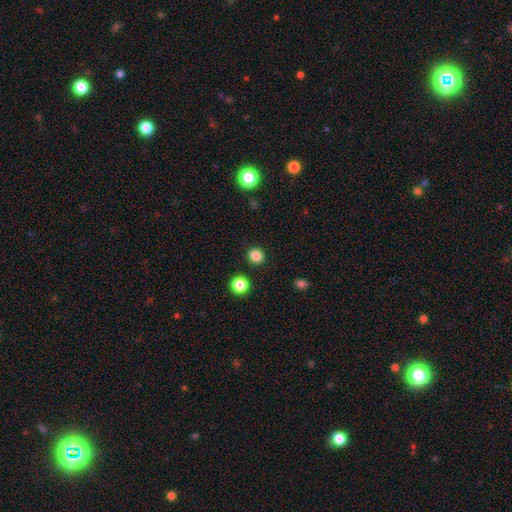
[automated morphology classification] Smooth or featured? Predicted: smooth (p=0.84). How rounded? Predicted: round (p=0.91). Merging? Predicted: none (p=0.91).